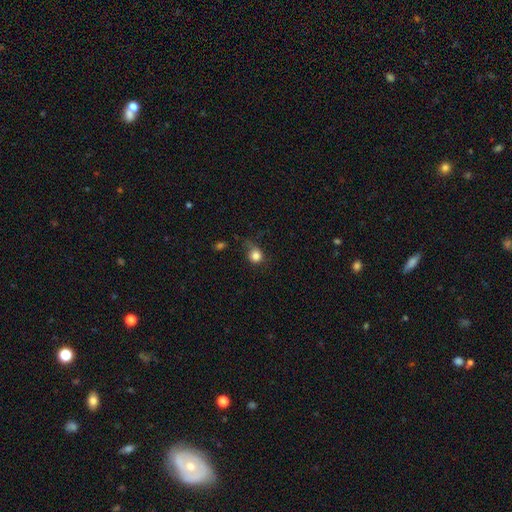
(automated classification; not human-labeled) Smooth or featured? smooth (81%)
How rounded? round (81%)
Merging? none (46%)